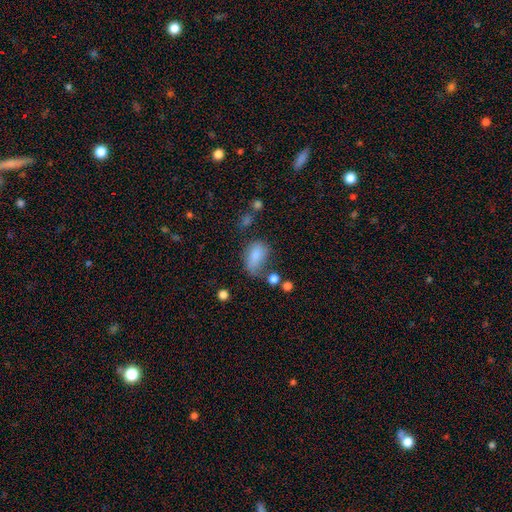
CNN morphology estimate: type=smooth (80%); roundness=in between (87%); merging=none (41%).